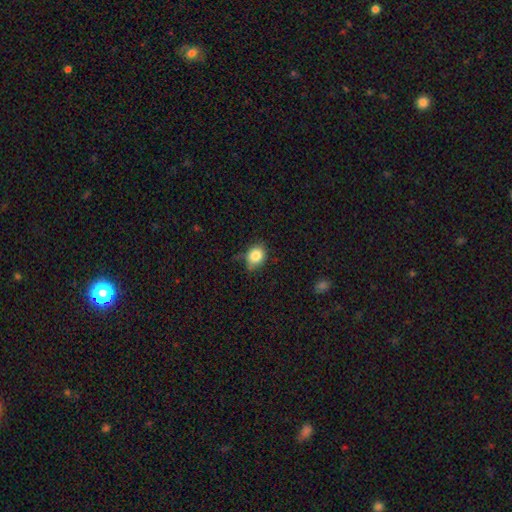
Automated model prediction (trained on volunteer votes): Q: Smooth or featured?
A: smooth (83%); runner-up: star or artifact (9%)
Q: How rounded?
A: round (53%); runner-up: in between (46%)
Q: Merging?
A: none (63%); runner-up: minor disturbance (28%)